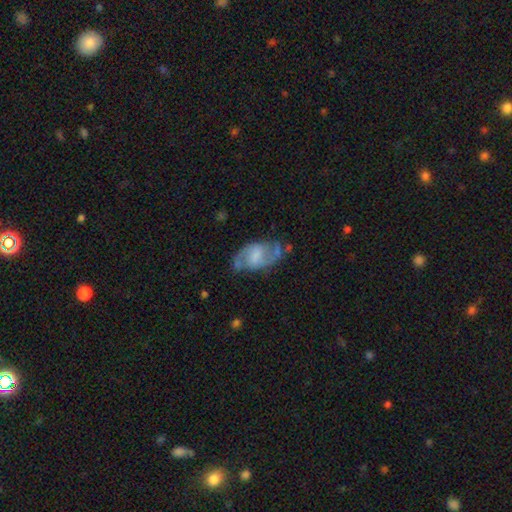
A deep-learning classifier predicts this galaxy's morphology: featured or disk 77%, smooth 17%, star or artifact 6%. Down the decision tree: edge-on disk — no (97%); bar — weak (52%); spiral arms — yes (91%); spiral arm count — 2 (89%); spiral winding — medium (52%); bulge size — none (33%); merging — none (66%).